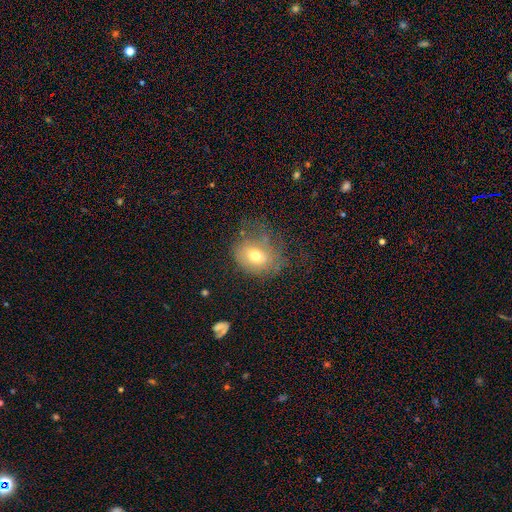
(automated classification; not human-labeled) smooth-or-featured: smooth: 65% | featured or disk: 24% | star or artifact: 11%
  how-rounded: round: 52% | in between: 47% | cigar-shaped: 1%
  merging: none: 42% | major disturbance: 29% | minor disturbance: 26% | merger: 3%